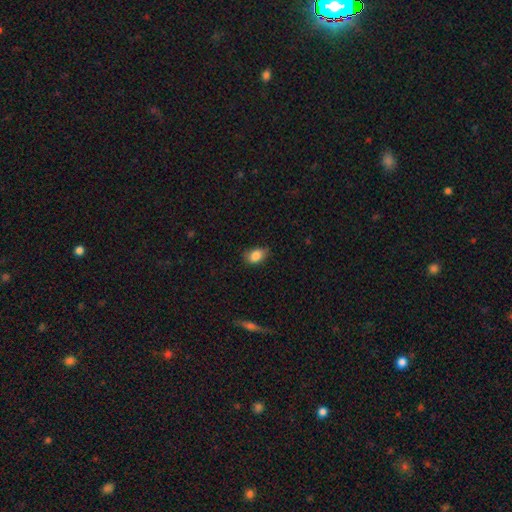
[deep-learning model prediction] Smooth or featured?
  - smooth: 85% *
  - star or artifact: 8%
  - featured or disk: 7%
How rounded?
  - in between: 81% *
  - round: 18%
  - cigar-shaped: 2%
Merging?
  - none: 65% *
  - minor disturbance: 28%
  - major disturbance: 6%
  - merger: 1%